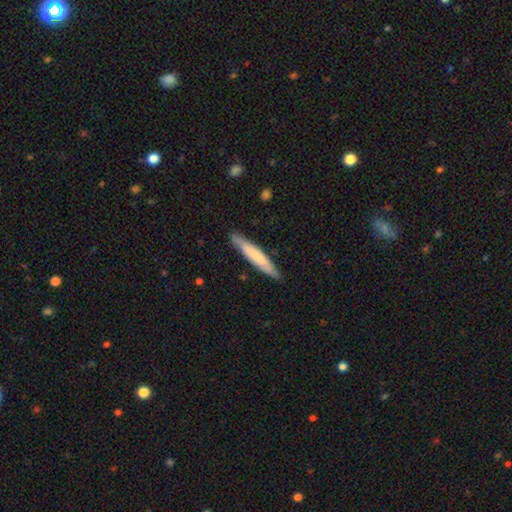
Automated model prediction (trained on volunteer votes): Smooth or featured? Predicted: smooth (p=0.68). How rounded? Predicted: cigar-shaped (p=0.93). Merging? Predicted: none (p=0.86).